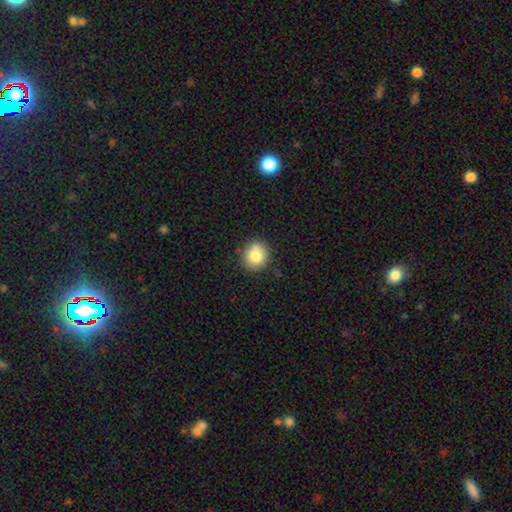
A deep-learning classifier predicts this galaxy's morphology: Smooth or featured? smooth (80%)
How rounded? round (83%)
Merging? none (79%)